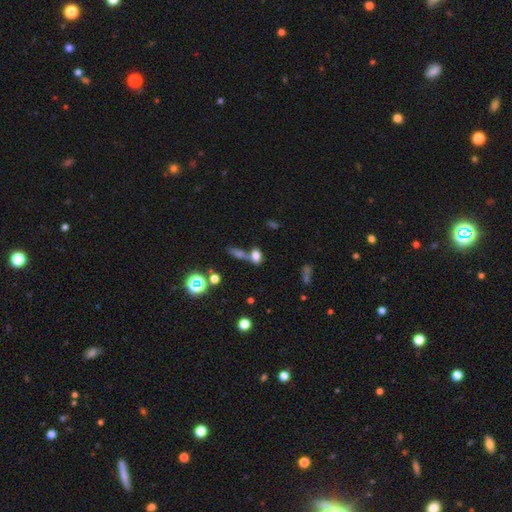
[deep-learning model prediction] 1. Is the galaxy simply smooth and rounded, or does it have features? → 69% smooth, 16% star or artifact, 14% featured or disk.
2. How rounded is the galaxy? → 76% in between, 14% round, 10% cigar-shaped.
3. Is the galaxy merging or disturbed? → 45% merger, 39% none, 10% minor disturbance, 6% major disturbance.